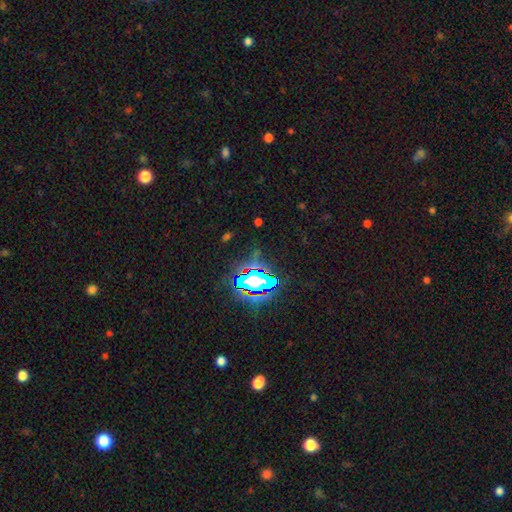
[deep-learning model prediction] Smooth or featured? Predicted: star or artifact (p=0.70).